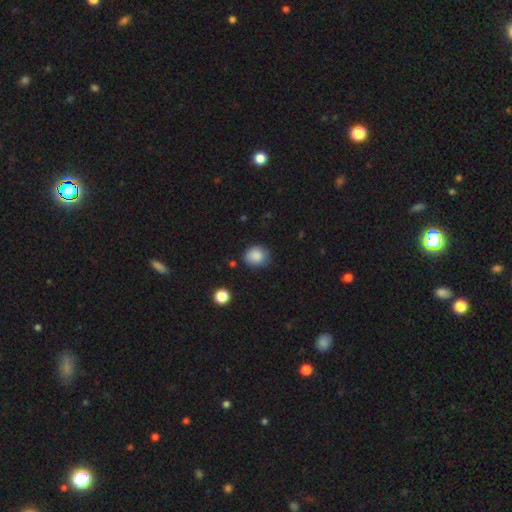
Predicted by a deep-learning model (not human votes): Smooth or featured: smooth — 86% (star or artifact — 9%)
How rounded: round — 70% (in between — 29%)
Merging: none — 76% (minor disturbance — 18%)